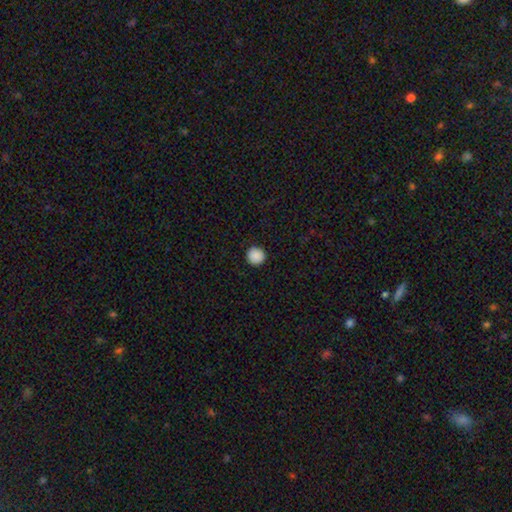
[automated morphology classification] smooth 89%, star or artifact 8%, featured or disk 2%. Down the decision tree: how rounded — round (96%); merging — none (93%).